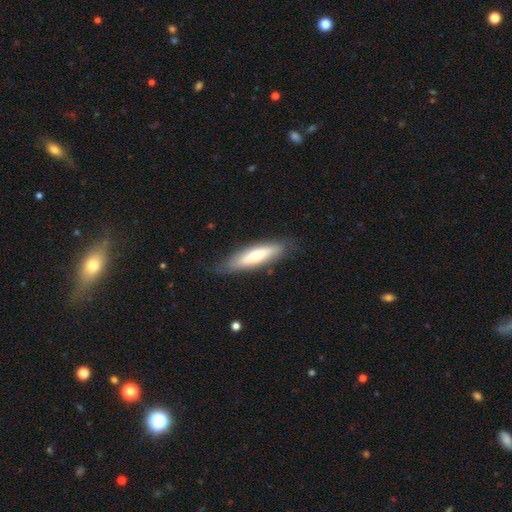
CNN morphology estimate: This appears to be a smooth galaxy with no disk features (64%) that is cigar-shaped (64%). Merging: none (79%).